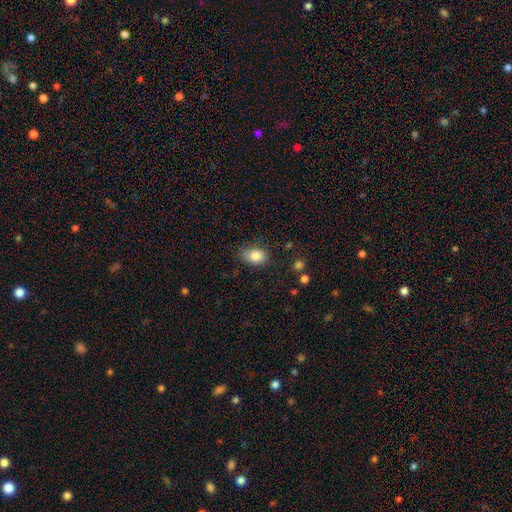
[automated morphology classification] smooth-or-featured: smooth: 85% | star or artifact: 8% | featured or disk: 7%
  how-rounded: in between: 80% | round: 19% | cigar-shaped: 1%
  merging: none: 72% | minor disturbance: 21% | major disturbance: 5% | merger: 2%